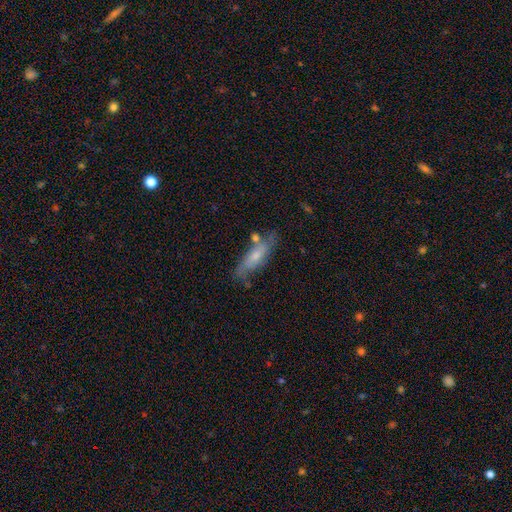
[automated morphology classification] The model was most divided on "how rounded": cigar-shaped: 52%, in between: 46%, round: 2%. More confident: merging — none (59%); smooth or featured — smooth (51%).